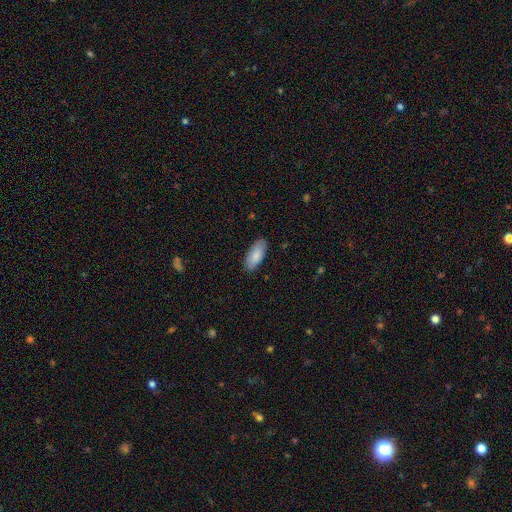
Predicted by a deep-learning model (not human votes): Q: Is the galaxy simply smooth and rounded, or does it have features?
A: smooth — 86%.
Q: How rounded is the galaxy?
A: in between — 87%.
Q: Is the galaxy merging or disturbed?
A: none — 86%.